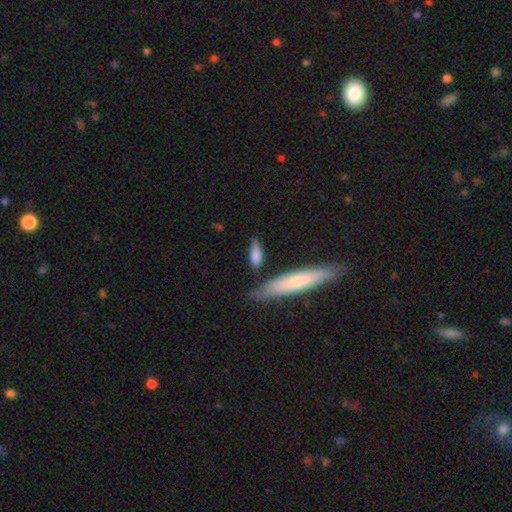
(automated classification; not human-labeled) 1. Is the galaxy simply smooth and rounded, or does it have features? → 79% smooth, 15% featured or disk, 6% star or artifact.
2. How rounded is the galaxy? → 49% cigar-shaped, 47% in between, 3% round.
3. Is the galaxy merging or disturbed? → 71% none, 17% minor disturbance, 8% merger, 5% major disturbance.